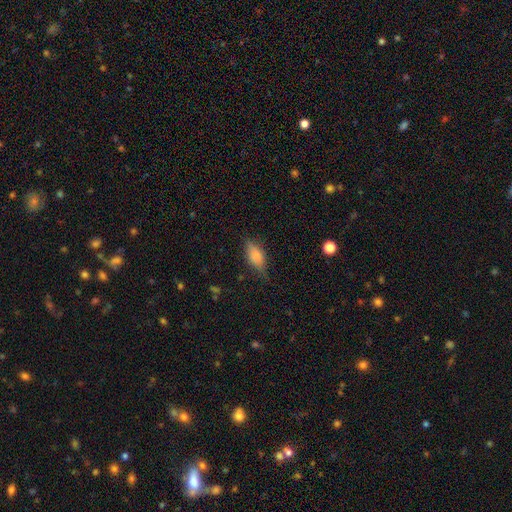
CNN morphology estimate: The model was most divided on "merging": none: 68%, minor disturbance: 24%, major disturbance: 7%, merger: 1%. More confident: how rounded — in between (81%); smooth or featured — smooth (72%).